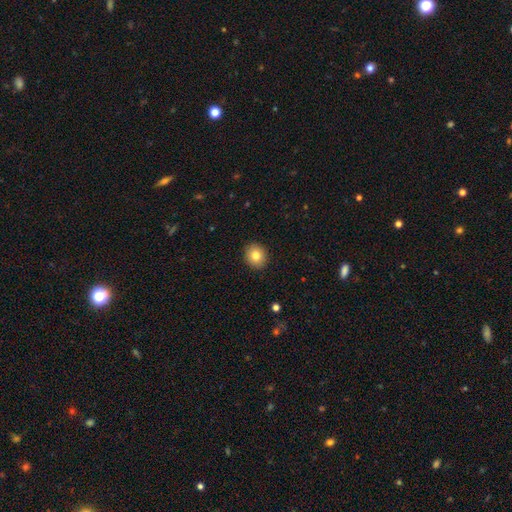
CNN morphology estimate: Smooth or featured? Predicted: smooth (p=0.82). How rounded? Predicted: round (p=0.74). Merging? Predicted: none (p=0.91).